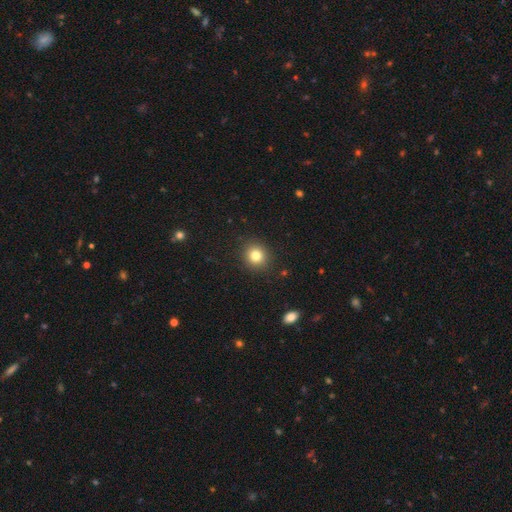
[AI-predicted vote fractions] smooth_or_featured: smooth (p=0.80) [alt: star or artifact p=0.12]
how_rounded: round (p=0.85) [alt: in between p=0.14]
merging: none (p=0.90) [alt: minor disturbance p=0.06]